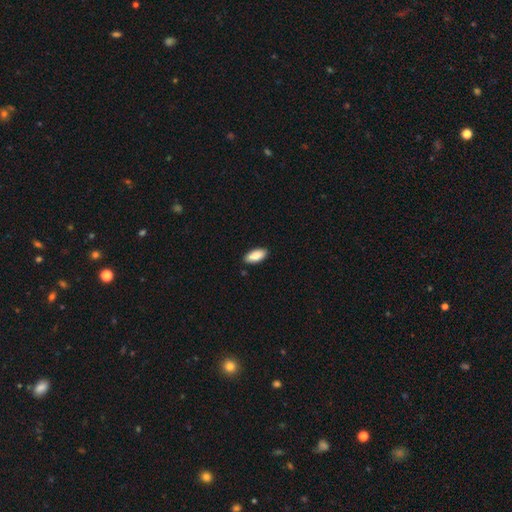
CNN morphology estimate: This appears to be a smooth galaxy with no disk features (88%) that is in between round and cigar-shaped (89%). Merging: none (88%).